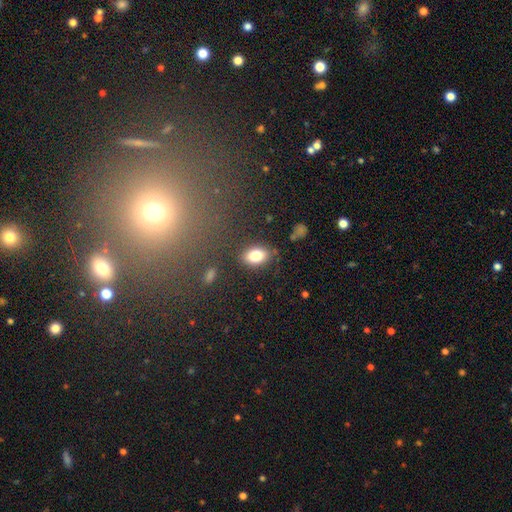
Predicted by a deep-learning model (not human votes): smooth_or_featured: smooth (p=0.83) [alt: star or artifact p=0.09]
how_rounded: in between (p=0.86) [alt: round p=0.13]
merging: none (p=0.82) [alt: minor disturbance p=0.12]